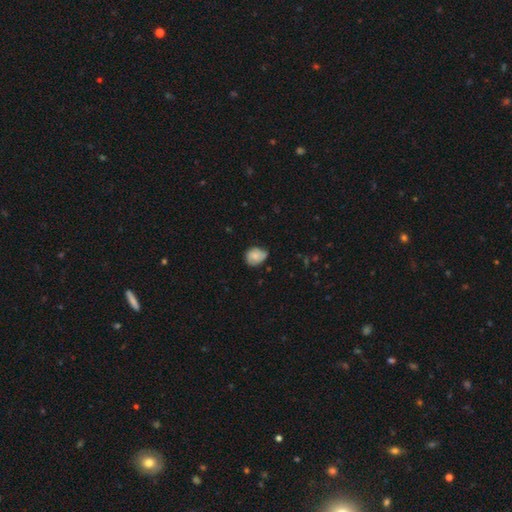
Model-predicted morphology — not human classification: Smooth or featured?
  - smooth: 72% *
  - featured or disk: 21%
  - star or artifact: 8%
How rounded?
  - round: 57% *
  - in between: 42%
  - cigar-shaped: 1%
Merging?
  - none: 52% *
  - minor disturbance: 39%
  - major disturbance: 7%
  - merger: 2%